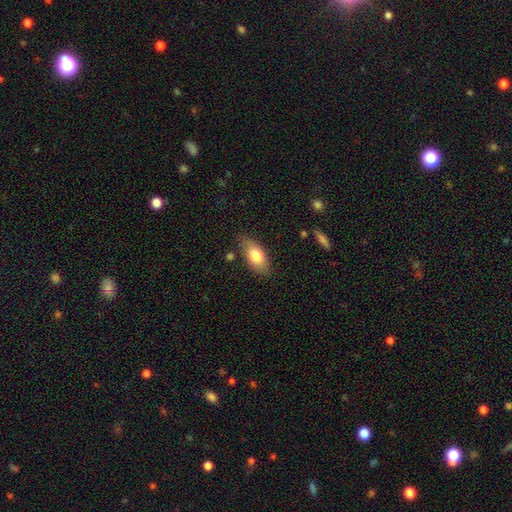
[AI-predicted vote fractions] This appears to be a smooth galaxy with no disk features (76%) that is in between round and cigar-shaped (87%). Merging: none (79%).